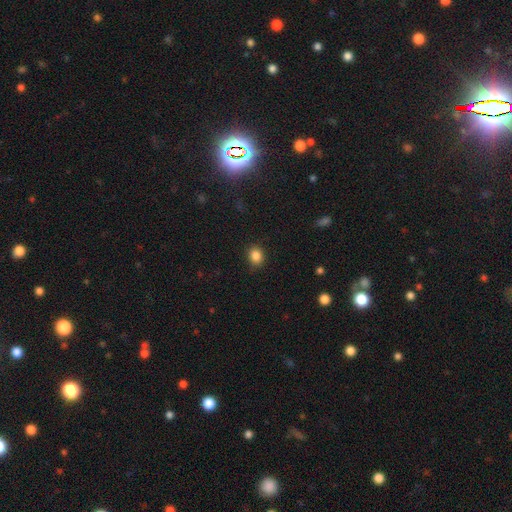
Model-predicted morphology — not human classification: The model was most divided on "how rounded": round: 65%, in between: 35%, cigar-shaped: 1%. More confident: merging — none (88%); smooth or featured — smooth (86%).